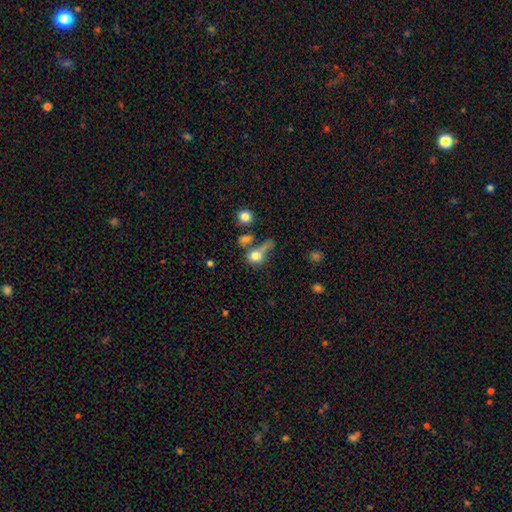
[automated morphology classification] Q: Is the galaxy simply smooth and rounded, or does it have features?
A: smooth — 74%.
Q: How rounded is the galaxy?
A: round — 73%.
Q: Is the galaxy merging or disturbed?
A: none — 33%.